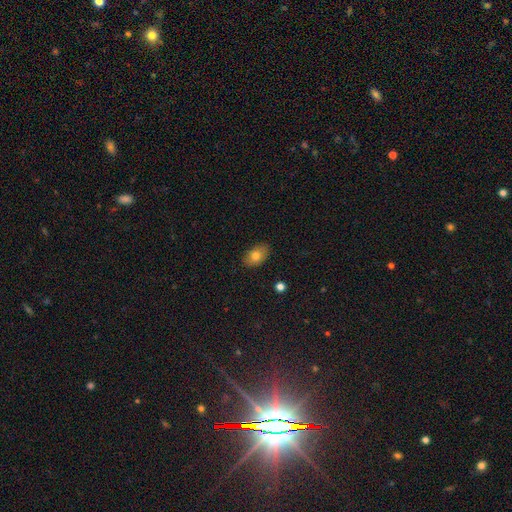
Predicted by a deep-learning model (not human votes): Q: Smooth or featured?
A: smooth (77%); runner-up: featured or disk (14%)
Q: How rounded?
A: in between (87%); runner-up: round (12%)
Q: Merging?
A: none (86%); runner-up: minor disturbance (11%)